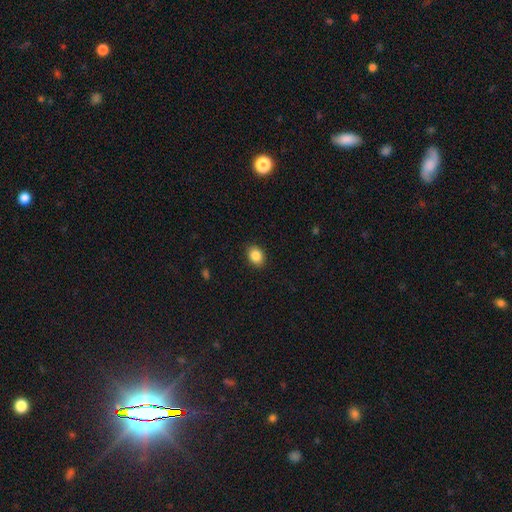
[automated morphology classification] Smooth or featured?
  - smooth: 87% *
  - star or artifact: 9%
  - featured or disk: 4%
How rounded?
  - in between: 65% *
  - round: 34%
  - cigar-shaped: 1%
Merging?
  - none: 90% *
  - minor disturbance: 7%
  - major disturbance: 2%
  - merger: 1%